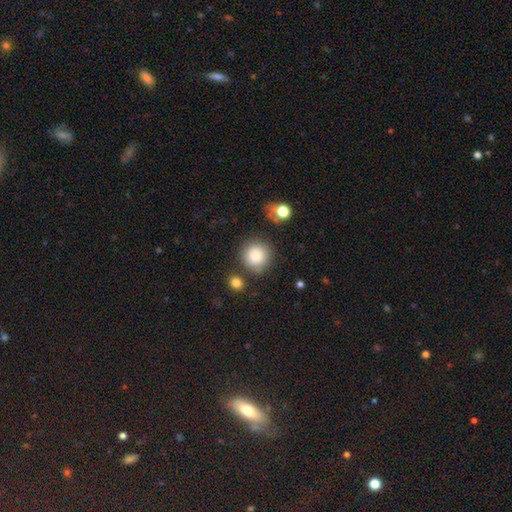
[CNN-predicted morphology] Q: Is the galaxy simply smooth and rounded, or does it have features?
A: smooth — 82%.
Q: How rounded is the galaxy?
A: round — 93%.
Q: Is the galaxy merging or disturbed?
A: none — 77%.